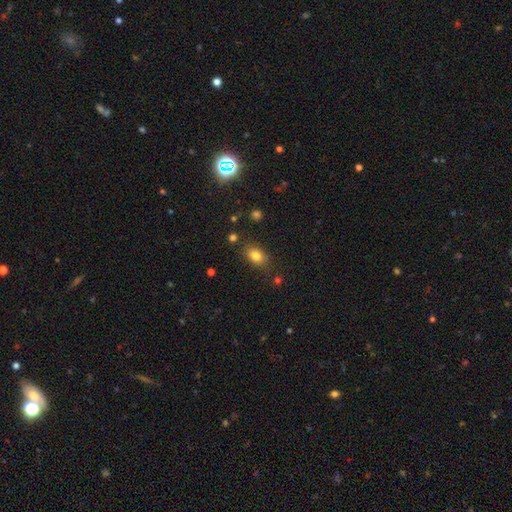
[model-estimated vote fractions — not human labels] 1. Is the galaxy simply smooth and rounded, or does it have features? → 80% smooth, 12% star or artifact, 8% featured or disk.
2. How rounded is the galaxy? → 77% in between, 21% round, 2% cigar-shaped.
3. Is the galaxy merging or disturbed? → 80% none, 13% minor disturbance, 4% major disturbance, 3% merger.